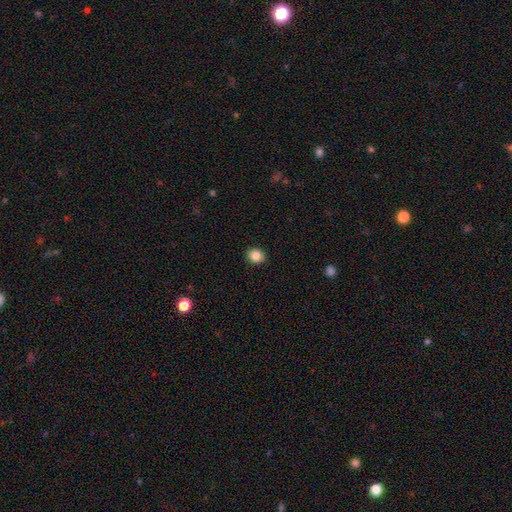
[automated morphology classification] Smooth or featured? Predicted: smooth (p=0.86). How rounded? Predicted: round (p=0.72). Merging? Predicted: none (p=0.92).